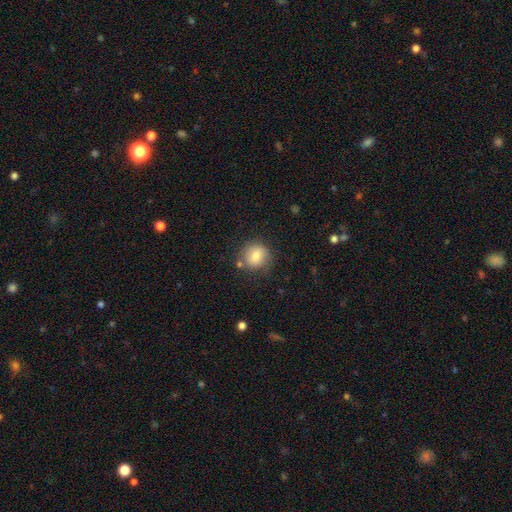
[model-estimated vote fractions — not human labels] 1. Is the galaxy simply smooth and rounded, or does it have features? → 79% smooth, 12% featured or disk, 9% star or artifact.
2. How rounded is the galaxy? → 87% round, 12% in between, 1% cigar-shaped.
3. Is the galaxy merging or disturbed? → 75% none, 15% minor disturbance, 6% merger, 5% major disturbance.